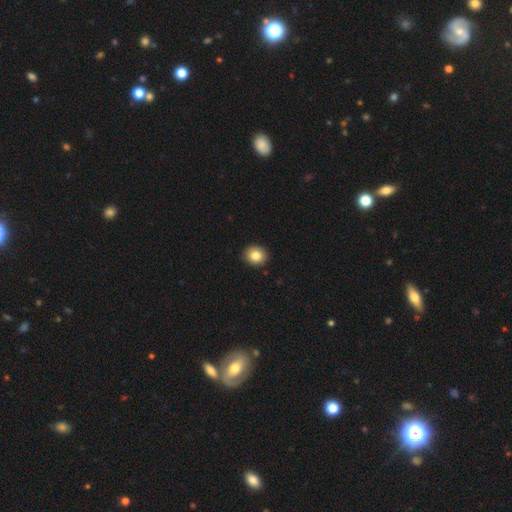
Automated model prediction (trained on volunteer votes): This appears to be a smooth galaxy with no disk features (83%) that is round (67%). Merging: none (91%).